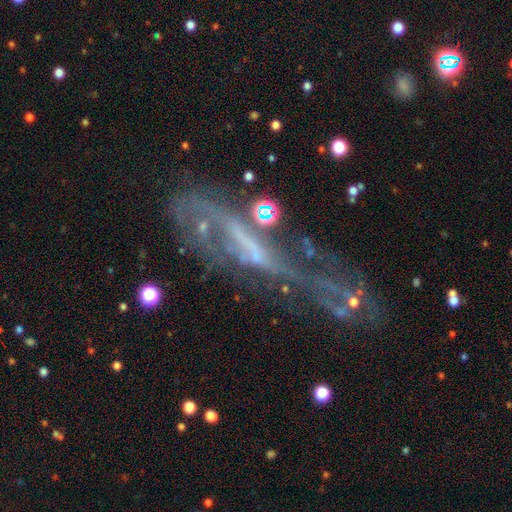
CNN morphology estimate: Smooth or featured? featured or disk (65%)
Edge-on disk? no (66%)
Merging? major disturbance (35%)